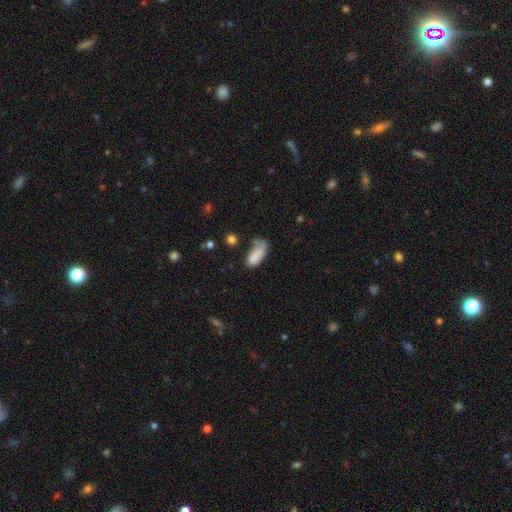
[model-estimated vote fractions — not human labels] Smooth or featured: smooth — 82% (featured or disk — 10%)
How rounded: in between — 85% (cigar-shaped — 12%)
Merging: none — 35% (minor disturbance — 31%)